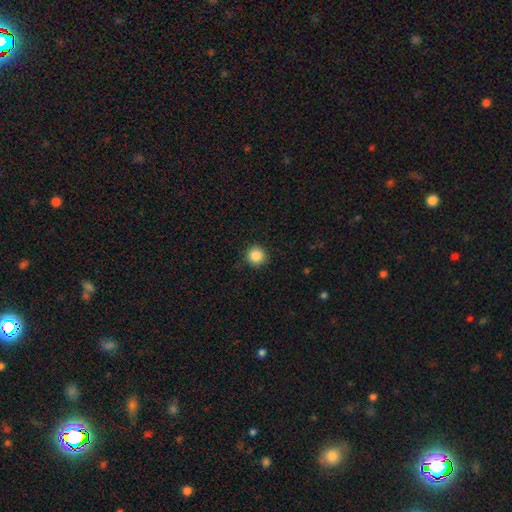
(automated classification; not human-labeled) A smooth galaxy with no disk features (87%) that is round (95%). Merging: none (91%).